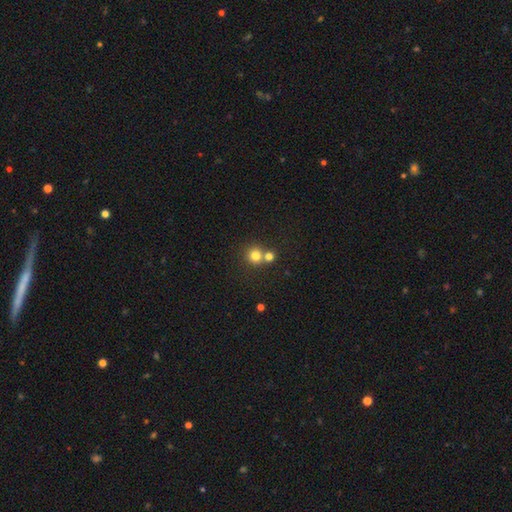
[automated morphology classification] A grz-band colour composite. It shows a smooth galaxy with no disk features (78%) that is round (91%). Merging: none (55%).